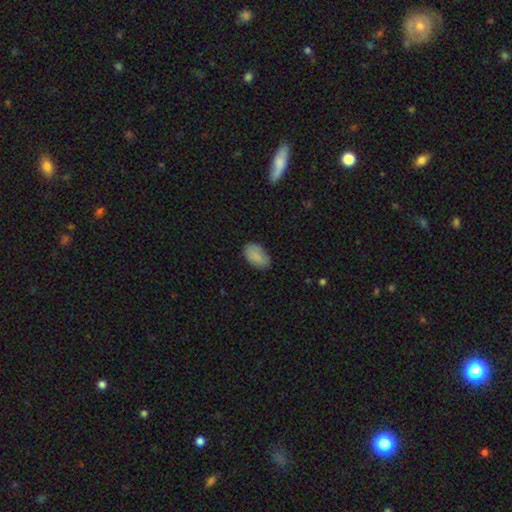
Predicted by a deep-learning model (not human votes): Smooth or featured? smooth (86%)
How rounded? in between (93%)
Merging? none (78%)